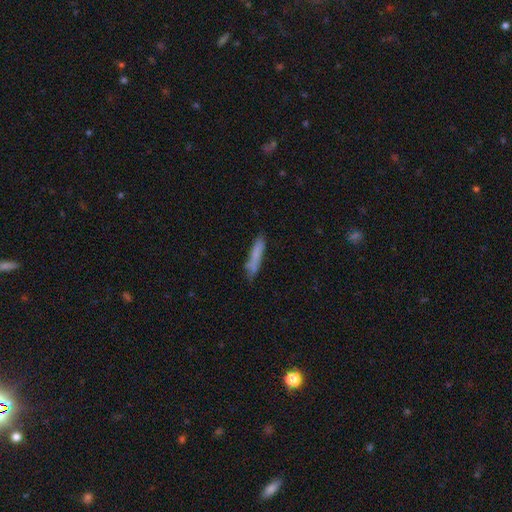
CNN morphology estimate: smooth_or_featured: smooth (p=0.74) [alt: featured or disk p=0.18]
how_rounded: cigar-shaped (p=0.92) [alt: in between p=0.07]
merging: none (p=0.75) [alt: minor disturbance p=0.18]